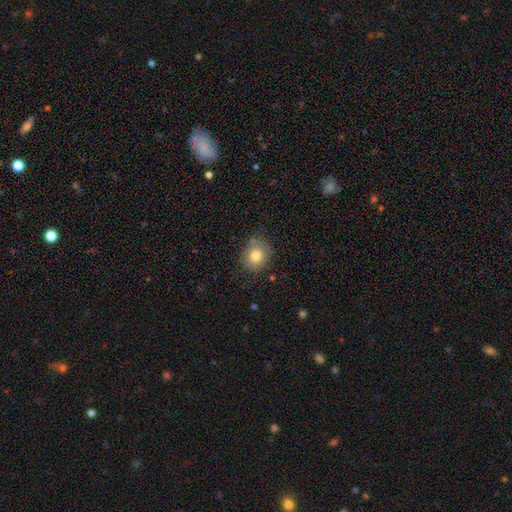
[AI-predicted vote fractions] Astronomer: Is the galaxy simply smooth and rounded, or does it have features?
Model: smooth — 78%.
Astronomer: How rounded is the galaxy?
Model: round — 75%.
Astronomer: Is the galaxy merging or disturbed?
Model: none — 75%.